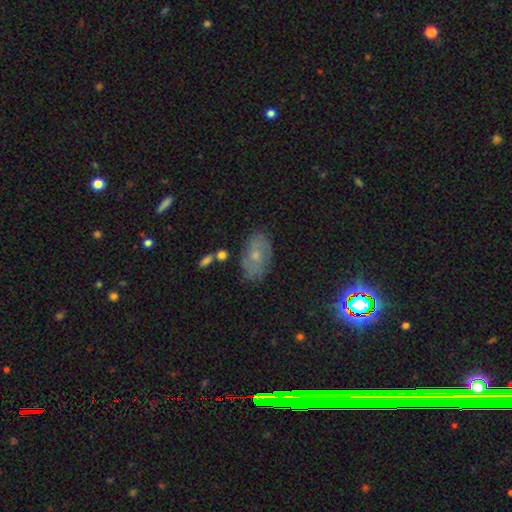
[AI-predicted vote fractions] smooth 42%, featured or disk 41%, star or artifact 16%. Down the decision tree: merging — none (74%).